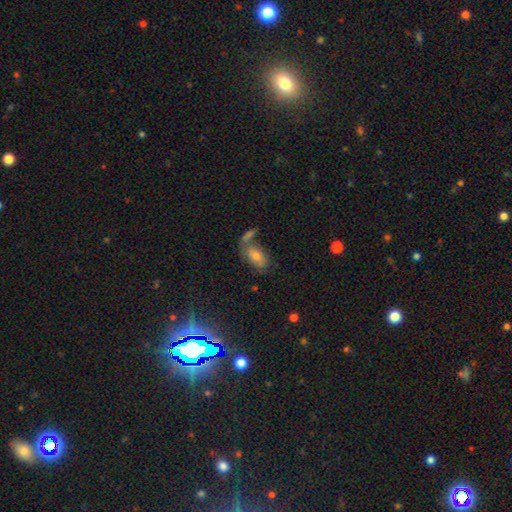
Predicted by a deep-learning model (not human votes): Smooth or featured?
  - smooth: 58% *
  - featured or disk: 21%
  - star or artifact: 21%
How rounded?
  - in between: 89% *
  - round: 6%
  - cigar-shaped: 5%
Merging?
  - none: 48% *
  - merger: 29%
  - minor disturbance: 14%
  - major disturbance: 9%